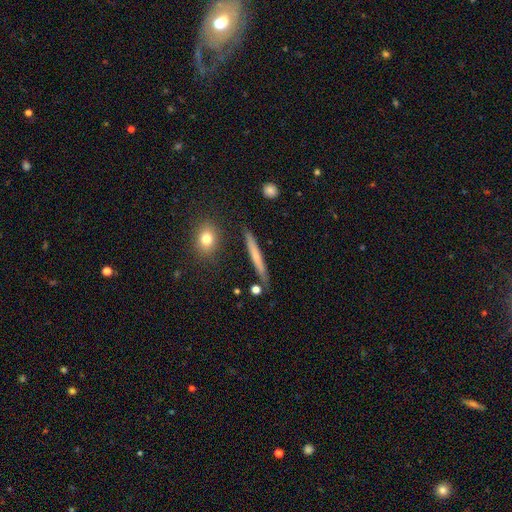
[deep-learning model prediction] Overall: smooth (55%; featured or disk 37%). How rounded: cigar-shaped (94%). Merging: none (86%).